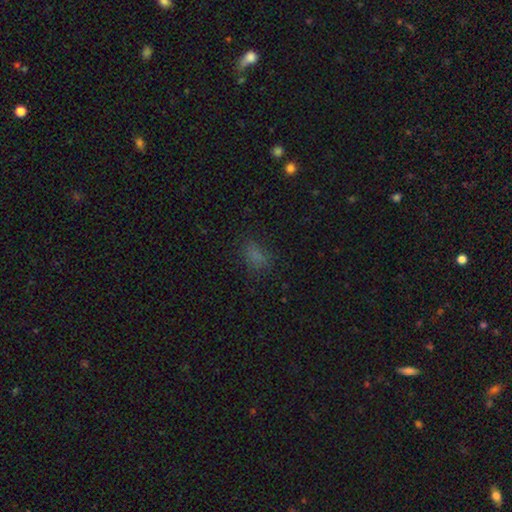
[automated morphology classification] Overall: smooth (71%). How rounded: in between (80%). Merging: none (70%).